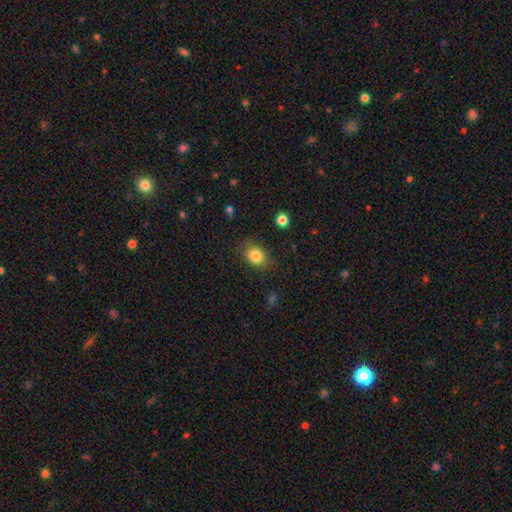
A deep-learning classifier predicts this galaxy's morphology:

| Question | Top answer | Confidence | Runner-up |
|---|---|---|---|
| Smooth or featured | smooth | 83% | star or artifact (10%) |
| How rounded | in between | 50% | round (49%) |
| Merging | none | 79% | minor disturbance (15%) |